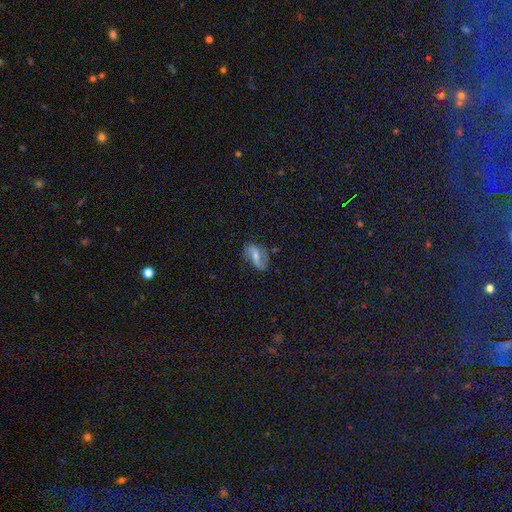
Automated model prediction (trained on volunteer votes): Smooth or featured? Predicted: featured or disk (p=0.64). Edge-on disk? Predicted: no (p=0.94). Bar? Predicted: strong (p=0.41). Spiral arms? Predicted: yes (p=0.84). Spiral winding? Predicted: loose (p=0.58). Spiral arm count? Predicted: 2 (p=0.86). Bulge size? Predicted: moderate (p=0.47). Merging? Predicted: none (p=0.65).